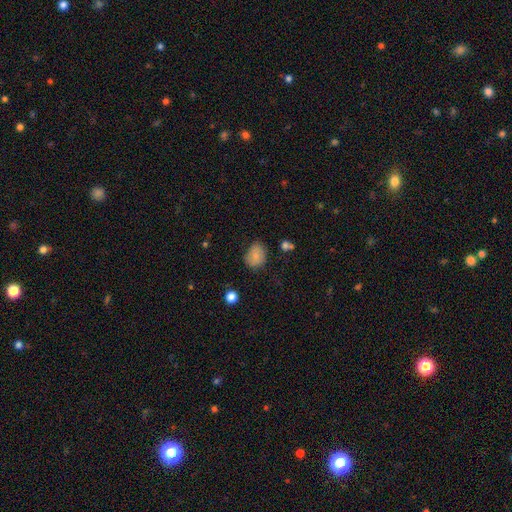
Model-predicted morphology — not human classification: Q: Smooth or featured?
A: smooth (80%); runner-up: featured or disk (10%)
Q: How rounded?
A: in between (57%); runner-up: round (42%)
Q: Merging?
A: none (68%); runner-up: minor disturbance (23%)